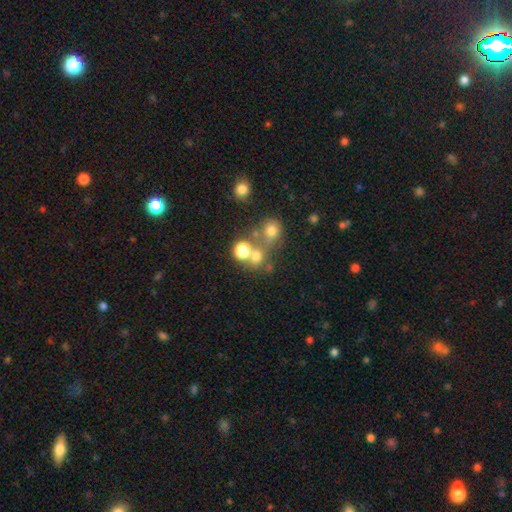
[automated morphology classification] A smooth galaxy with no disk features (67%) that is round (84%).

Vote fractions:
- Smooth or featured? smooth: 67% / star or artifact: 21% / featured or disk: 12%
- How rounded? round: 84% / in between: 15% / cigar-shaped: 1%
- Merging? none: 51% / merger: 35% / minor disturbance: 8% / major disturbance: 5%